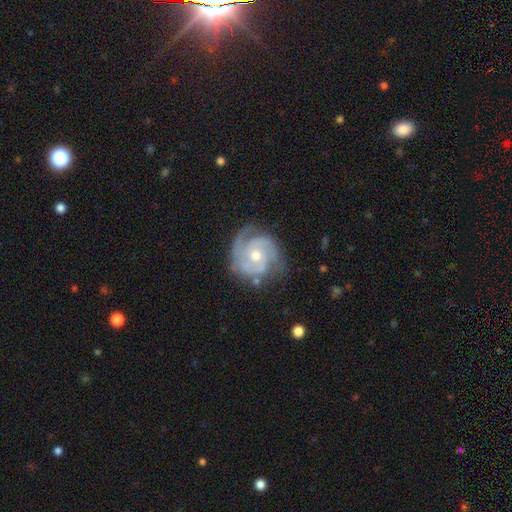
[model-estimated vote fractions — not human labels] featured or disk 89%, smooth 7%, star or artifact 5%. Down the decision tree: edge-on disk — no (98%); bar — no (69%); spiral arms — yes (97%); spiral arm count — 2 (43%); spiral winding — tight (57%); bulge size — moderate (56%); merging — none (70%).